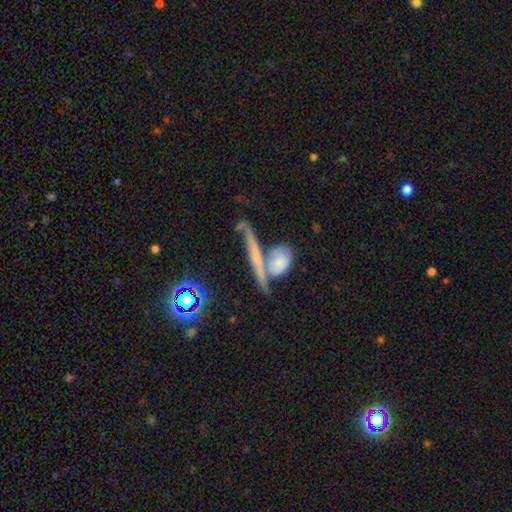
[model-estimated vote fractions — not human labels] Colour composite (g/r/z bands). It shows a featured or disk galaxy (46%). Merging: none (47%).